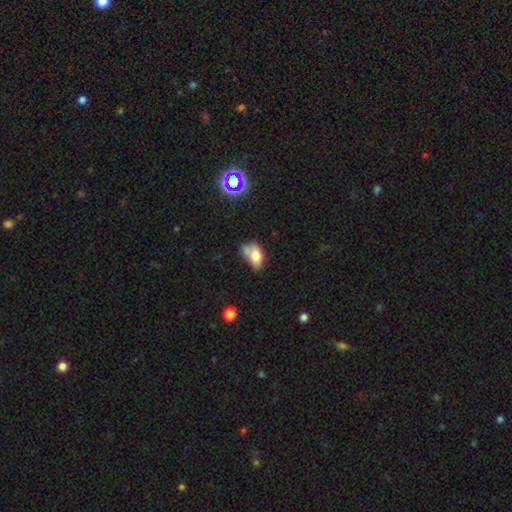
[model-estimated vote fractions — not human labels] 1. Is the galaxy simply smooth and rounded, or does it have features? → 68% smooth, 20% featured or disk, 12% star or artifact.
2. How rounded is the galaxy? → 86% in between, 12% round, 3% cigar-shaped.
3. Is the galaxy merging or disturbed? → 29% merger, 27% none, 27% minor disturbance, 18% major disturbance.